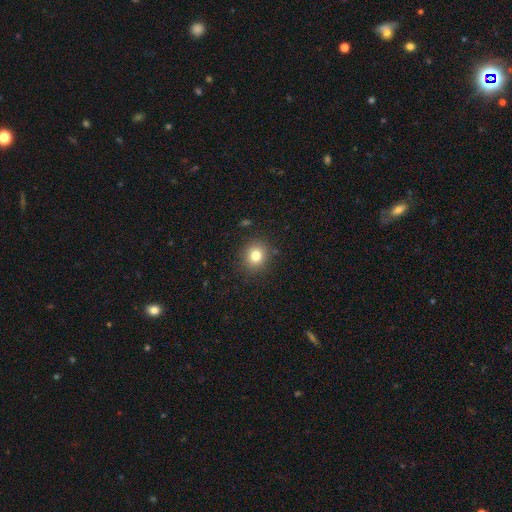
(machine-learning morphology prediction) The model was most divided on "how rounded": round: 81%, in between: 19%, cigar-shaped: 1%. More confident: merging — none (87%); smooth or featured — smooth (80%).